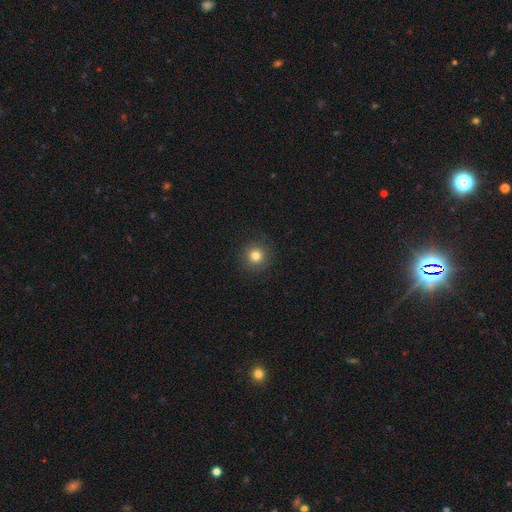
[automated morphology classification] Smooth or featured: smooth — 80% (star or artifact — 13%)
How rounded: round — 95% (in between — 4%)
Merging: none — 90% (minor disturbance — 7%)